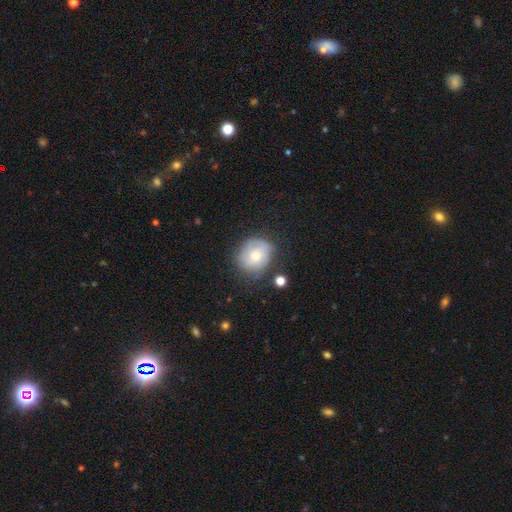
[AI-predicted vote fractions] This is likely a smooth galaxy (61%). How rounded: likely round (75%). Merging: likely none (61%).